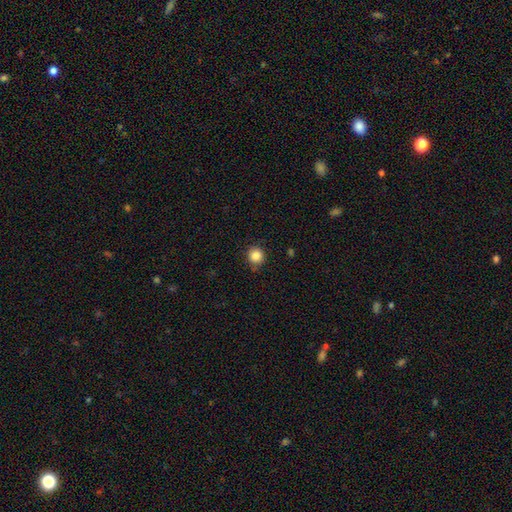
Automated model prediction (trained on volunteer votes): This appears to be a smooth galaxy with no disk features (85%) that is round (93%). Merging: none (86%).